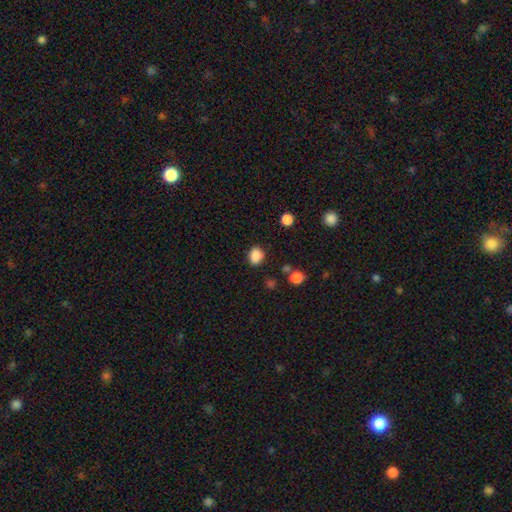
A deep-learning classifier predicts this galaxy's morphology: Smooth or featured? Predicted: smooth (p=0.86). How rounded? Predicted: round (p=0.52). Merging? Predicted: none (p=0.82).